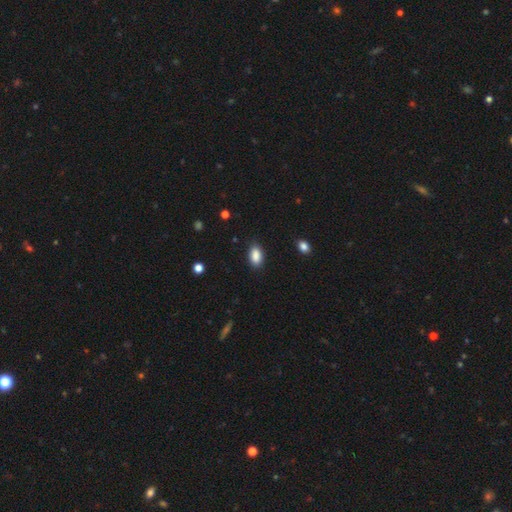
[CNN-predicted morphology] A smooth galaxy with no disk features (89%) that is in between round and cigar-shaped (92%). Merging: none (87%).